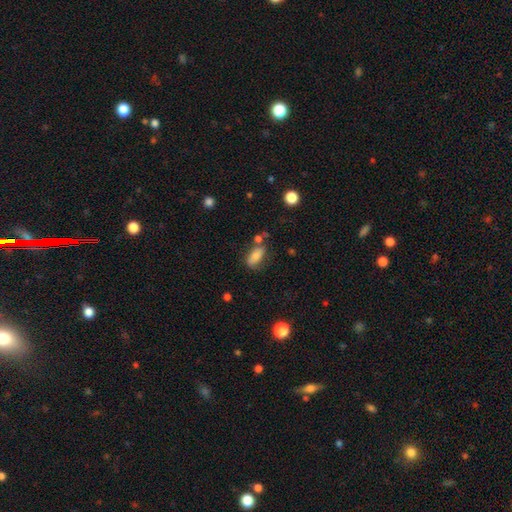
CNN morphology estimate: This appears to be a smooth galaxy with no disk features (81%) that is in between round and cigar-shaped (86%). Merging: none (63%).